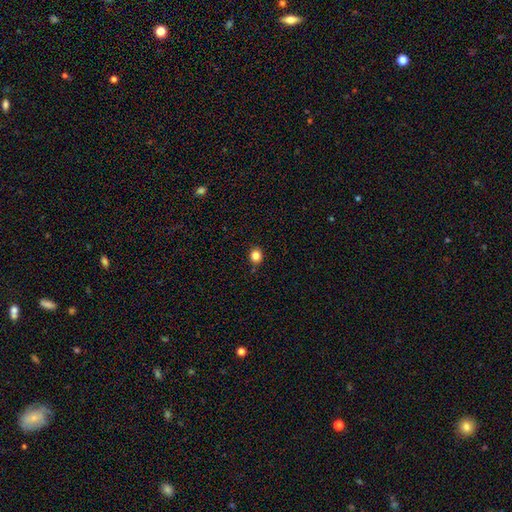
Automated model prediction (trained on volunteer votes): This is clearly a smooth galaxy (84%). How rounded: likely round (78%). Merging: clearly none (86%).